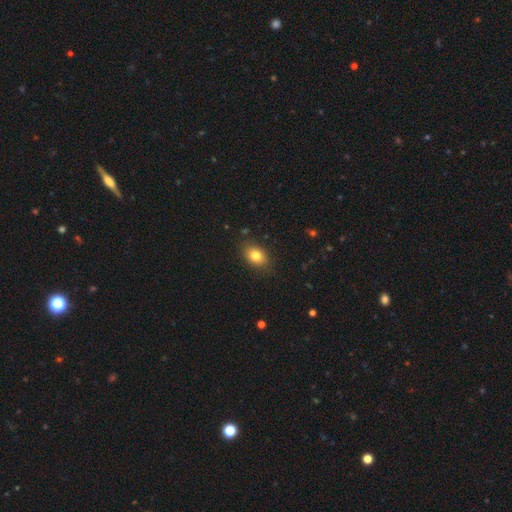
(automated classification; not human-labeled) smooth-or-featured: smooth: 80% | star or artifact: 10% | featured or disk: 10%
  how-rounded: in between: 72% | round: 26% | cigar-shaped: 1%
  merging: none: 85% | minor disturbance: 11% | major disturbance: 3% | merger: 1%